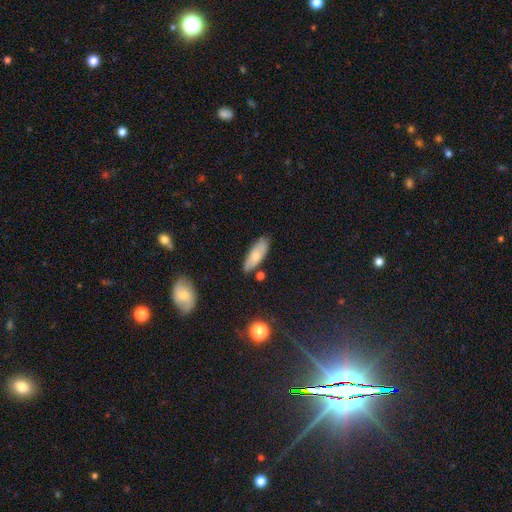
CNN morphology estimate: A smooth galaxy with no disk features (72%) that is in between round and cigar-shaped (70%).

Vote fractions:
- Smooth or featured? smooth: 72% / featured or disk: 21% / star or artifact: 7%
- How rounded? in between: 70% / cigar-shaped: 28% / round: 2%
- Merging? none: 76% / minor disturbance: 17% / merger: 4% / major disturbance: 3%